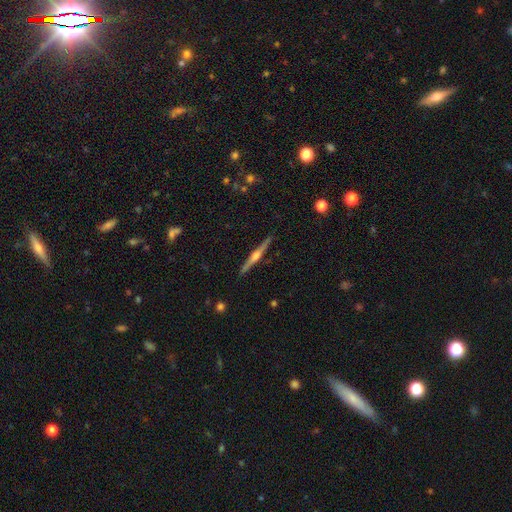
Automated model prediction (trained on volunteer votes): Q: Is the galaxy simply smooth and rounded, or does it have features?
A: featured or disk — 77%.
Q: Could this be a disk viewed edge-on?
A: yes — 98%.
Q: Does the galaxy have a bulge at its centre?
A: rounded — 86%.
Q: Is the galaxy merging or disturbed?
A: none — 91%.